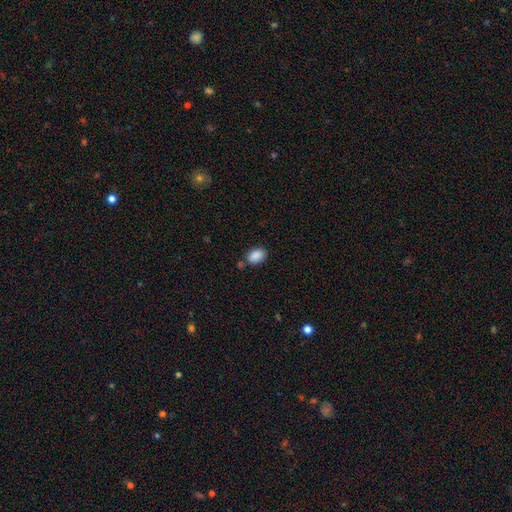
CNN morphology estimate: Smooth or featured? Predicted: smooth (p=0.89). How rounded? Predicted: in between (p=0.85). Merging? Predicted: none (p=0.75).